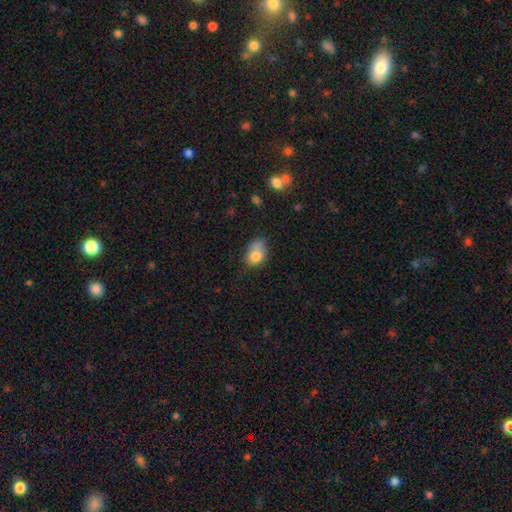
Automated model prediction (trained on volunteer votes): A smooth galaxy with no disk features (77%) that is in between round and cigar-shaped (74%). Merging: none (35%).